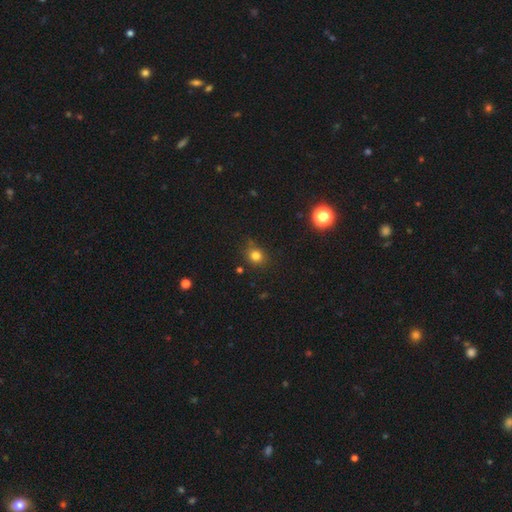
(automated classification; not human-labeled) Morphology: type=smooth (79%); roundness=round (78%); merging=none (75%).